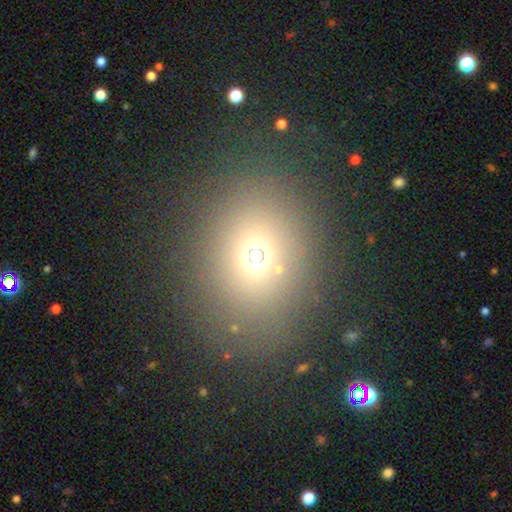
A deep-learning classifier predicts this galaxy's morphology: Q: Smooth or featured?
A: smooth (67%); runner-up: star or artifact (23%)
Q: How rounded?
A: round (61%); runner-up: in between (37%)
Q: Merging?
A: none (80%); runner-up: minor disturbance (10%)